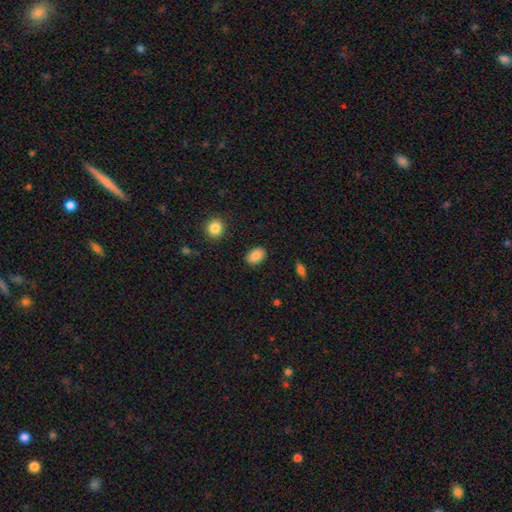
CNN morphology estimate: smooth_or_featured: smooth (p=0.86) [alt: star or artifact p=0.08]
how_rounded: in between (p=0.82) [alt: round p=0.17]
merging: none (p=0.88) [alt: minor disturbance p=0.09]